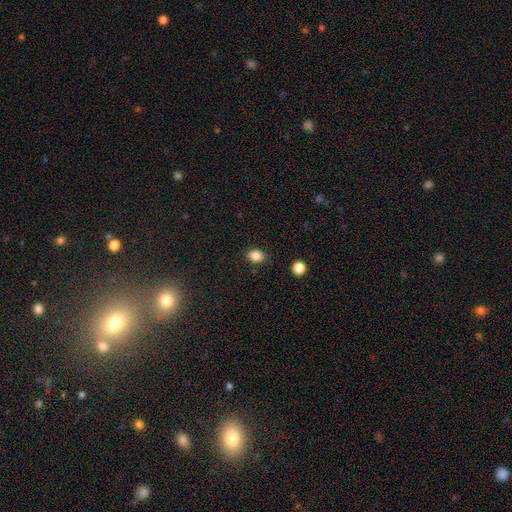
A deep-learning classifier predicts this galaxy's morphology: A smooth galaxy with no disk features (85%) that is in between round and cigar-shaped (61%). Merging: none (81%).